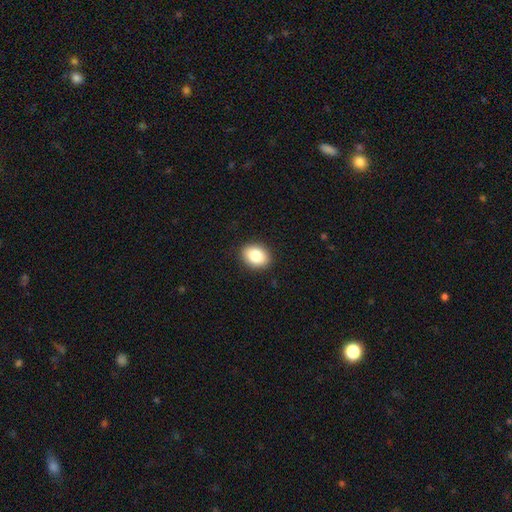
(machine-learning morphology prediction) smooth 84%, star or artifact 8%, featured or disk 8%. Down the decision tree: how rounded — in between (64%); merging — none (90%).